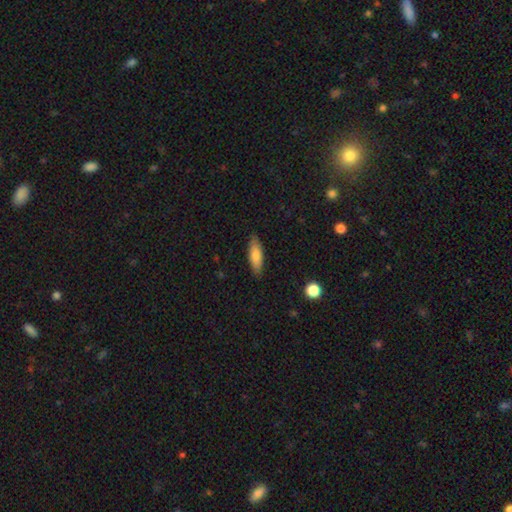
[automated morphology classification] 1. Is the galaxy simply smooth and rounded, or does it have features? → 79% smooth, 15% featured or disk, 6% star or artifact.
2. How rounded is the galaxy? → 50% in between, 48% cigar-shaped, 2% round.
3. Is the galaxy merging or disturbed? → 86% none, 10% minor disturbance, 2% major disturbance, 1% merger.